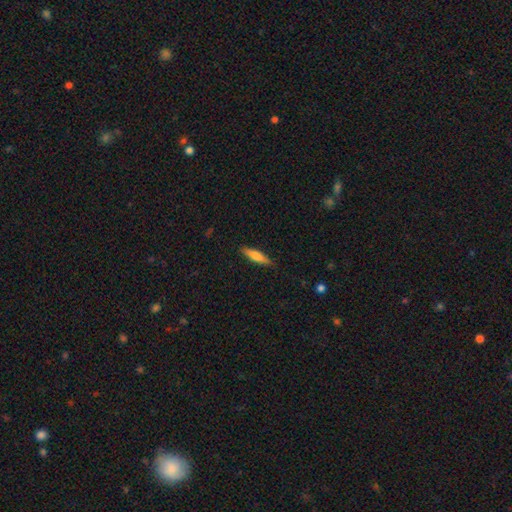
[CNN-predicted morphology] smooth_or_featured: smooth (p=0.68) [alt: featured or disk p=0.26]
how_rounded: cigar-shaped (p=0.78) [alt: in between p=0.21]
merging: none (p=0.87) [alt: minor disturbance p=0.10]